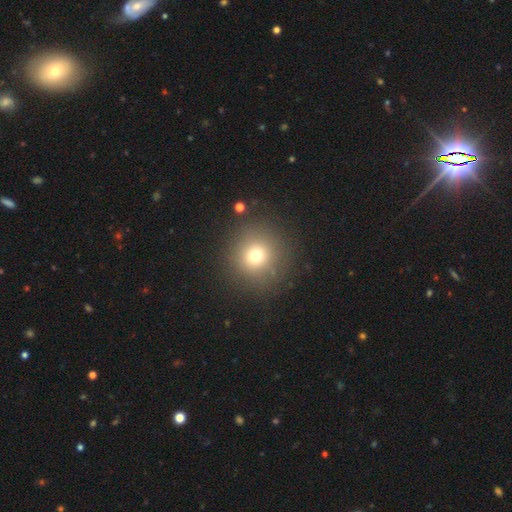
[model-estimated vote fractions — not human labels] Smooth or featured? smooth (72%)
How rounded? round (94%)
Merging? none (87%)